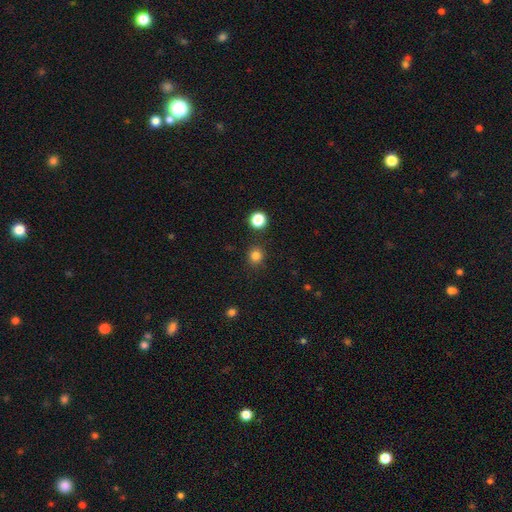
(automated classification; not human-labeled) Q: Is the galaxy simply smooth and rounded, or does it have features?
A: smooth — 82%.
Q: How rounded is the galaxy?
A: round — 85%.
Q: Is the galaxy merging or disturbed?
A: none — 88%.